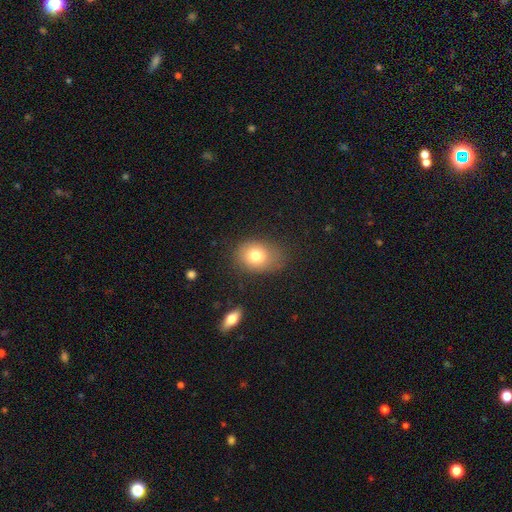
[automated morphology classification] This appears to be a smooth galaxy with no disk features (78%) that is in between round and cigar-shaped (61%). Merging: none (70%).